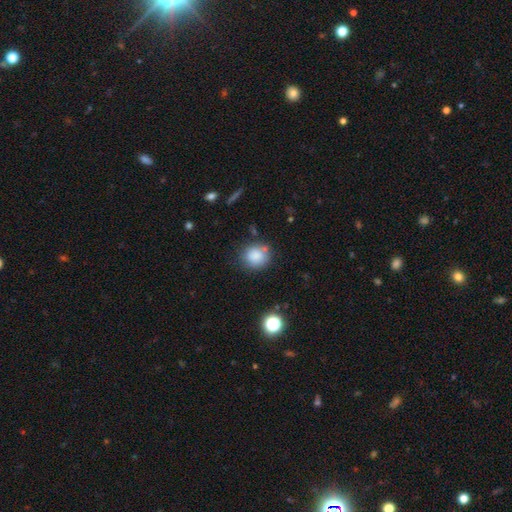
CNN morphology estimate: Smooth or featured? smooth (84%)
How rounded? round (82%)
Merging? none (73%)